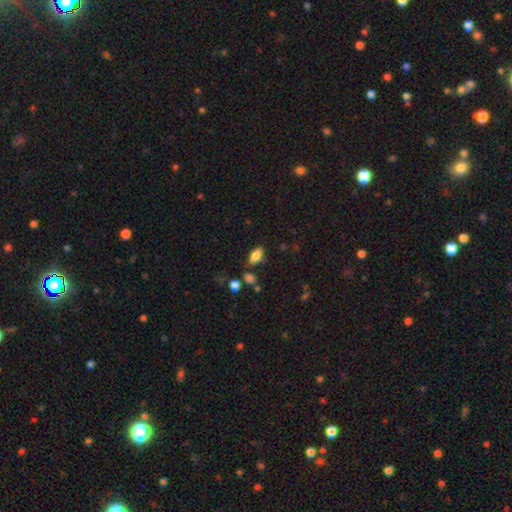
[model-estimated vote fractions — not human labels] Smooth or featured?
  - smooth: 81% *
  - featured or disk: 10%
  - star or artifact: 9%
How rounded?
  - in between: 89% *
  - cigar-shaped: 7%
  - round: 4%
Merging?
  - none: 77% *
  - minor disturbance: 14%
  - merger: 5%
  - major disturbance: 4%